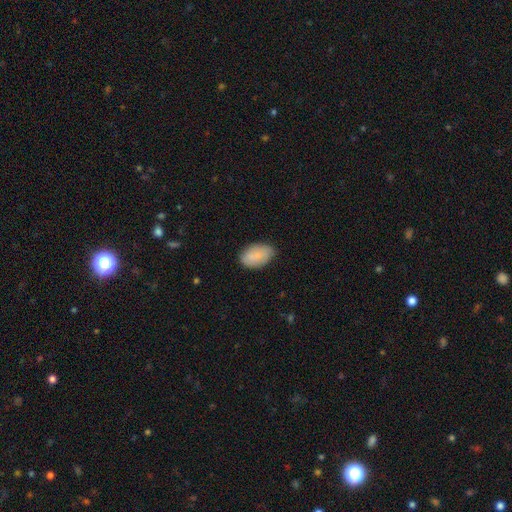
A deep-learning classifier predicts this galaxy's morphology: This is clearly a smooth galaxy (86%). How rounded: clearly in between (92%). Merging: likely none (76%).